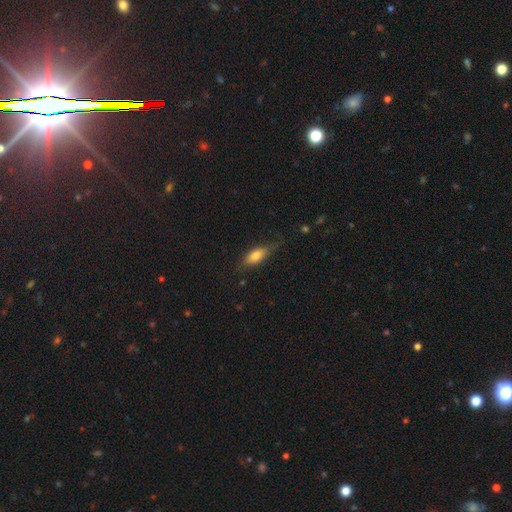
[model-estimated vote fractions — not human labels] Q: Smooth or featured?
A: smooth (72%); runner-up: featured or disk (21%)
Q: How rounded?
A: in between (72%); runner-up: cigar-shaped (25%)
Q: Merging?
A: none (66%); runner-up: minor disturbance (25%)